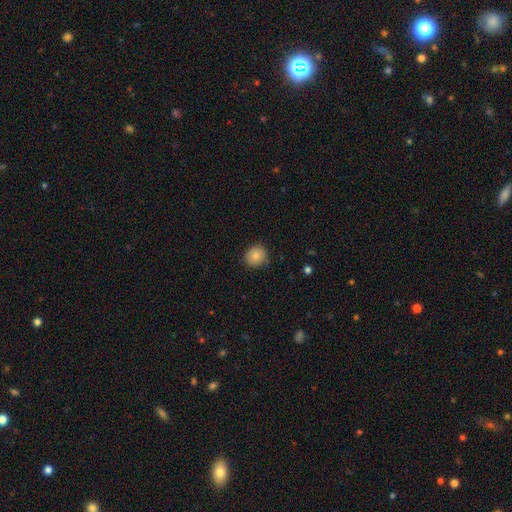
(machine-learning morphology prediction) Smooth or featured?
  - smooth: 81% *
  - star or artifact: 10%
  - featured or disk: 9%
How rounded?
  - round: 85% *
  - in between: 14%
  - cigar-shaped: 1%
Merging?
  - none: 82% *
  - minor disturbance: 15%
  - major disturbance: 3%
  - merger: 1%